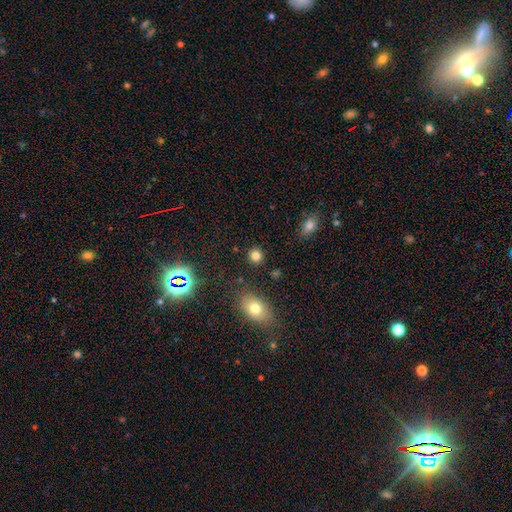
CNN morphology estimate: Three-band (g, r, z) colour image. It shows a smooth galaxy with no disk features (81%) that is round (87%). Merging: none (88%).